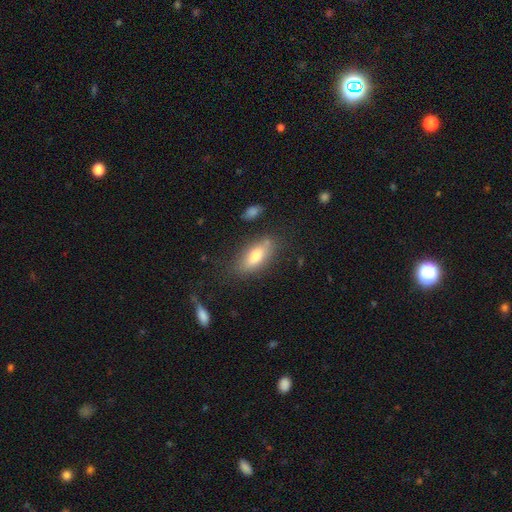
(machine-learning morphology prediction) This appears to be a smooth galaxy with no disk features (72%) that is in between round and cigar-shaped (79%). Merging: none (73%).